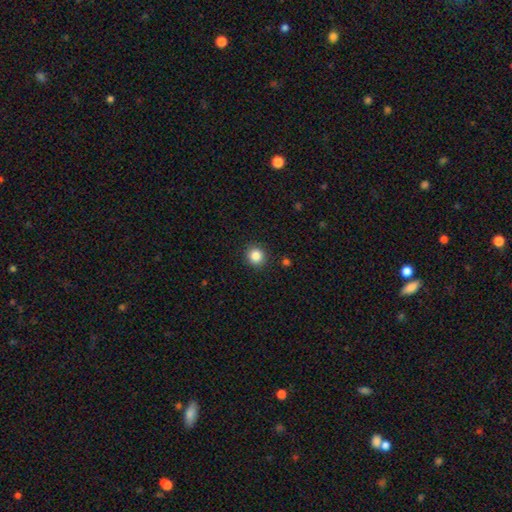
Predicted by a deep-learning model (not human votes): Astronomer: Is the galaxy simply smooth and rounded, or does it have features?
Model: smooth — 85%.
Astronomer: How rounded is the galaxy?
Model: round — 89%.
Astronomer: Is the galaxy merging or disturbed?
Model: none — 91%.